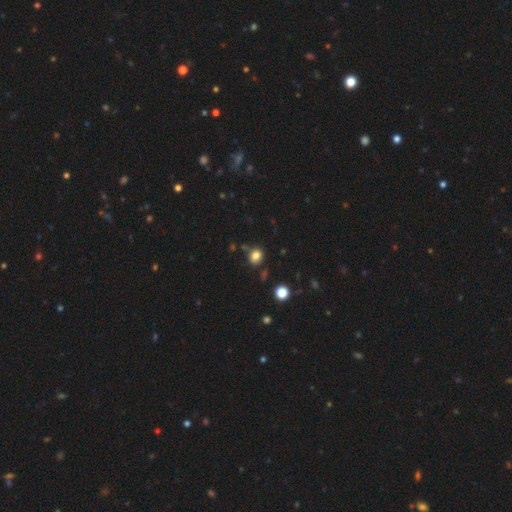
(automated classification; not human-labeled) Smooth or featured: smooth — 82% (star or artifact — 13%)
How rounded: round — 68% (in between — 31%)
Merging: none — 77% (minor disturbance — 14%)